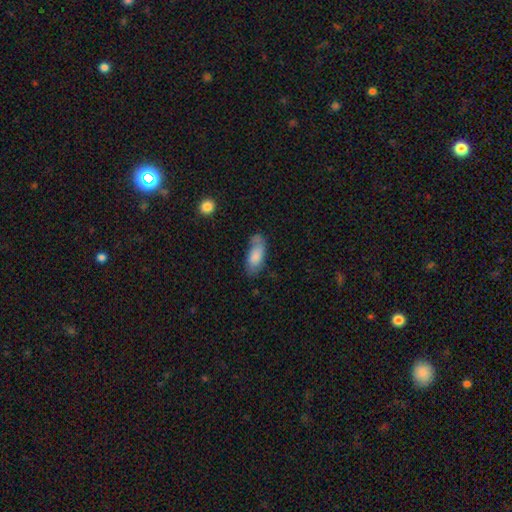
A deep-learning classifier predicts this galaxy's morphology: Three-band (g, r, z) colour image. It shows a smooth galaxy with no disk features (77%) that is in between round and cigar-shaped (87%). Merging: none (51%).